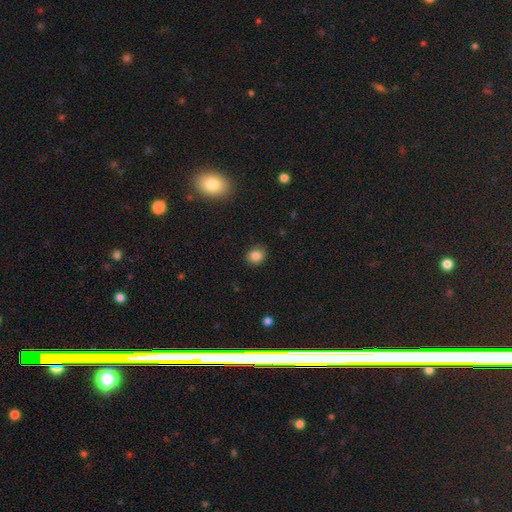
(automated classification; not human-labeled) The model was most divided on "how rounded": round: 73%, in between: 26%, cigar-shaped: 1%. More confident: merging — none (89%); smooth or featured — smooth (85%).